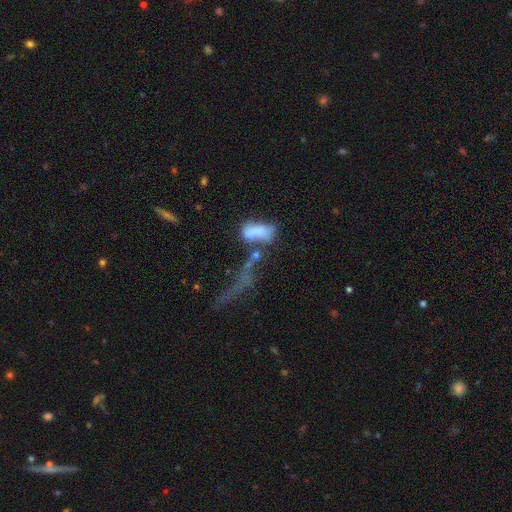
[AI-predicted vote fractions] A smooth galaxy with no disk features (59%) that is in between round and cigar-shaped (83%). Merging: merger (37%).